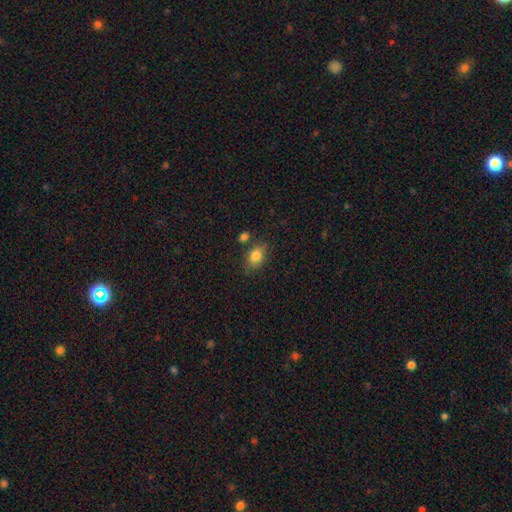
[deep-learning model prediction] This is clearly a smooth galaxy (83%). How rounded: likely in between (69%). Merging: likely none (70%).